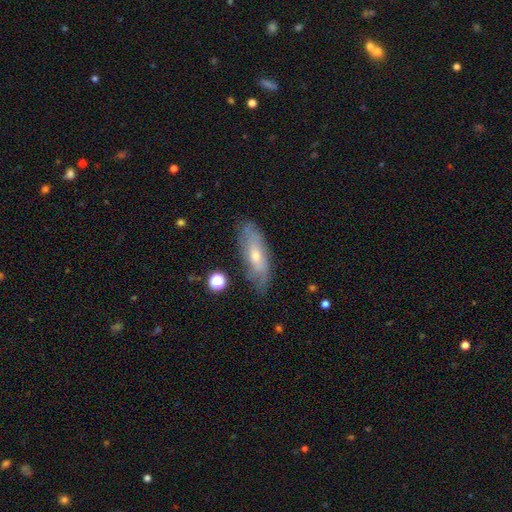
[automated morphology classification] Smooth or featured: featured or disk — 51% (smooth — 41%)
Edge-on disk: no — 70% (yes — 30%)
Merging: none — 72% (minor disturbance — 21%)